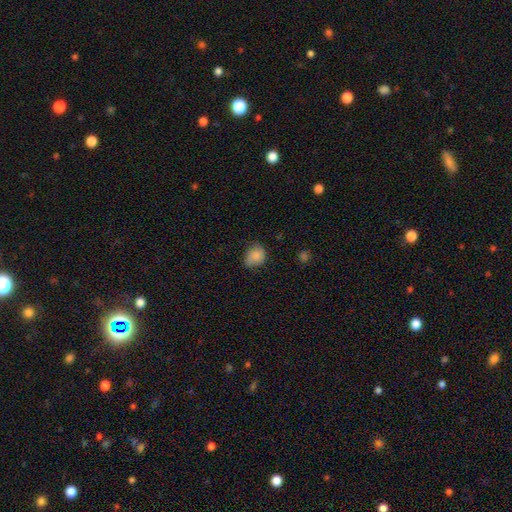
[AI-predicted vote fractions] Overall: smooth (85%). How rounded: round (58%; in between 41%). Merging: none (62%; minor disturbance 30%).